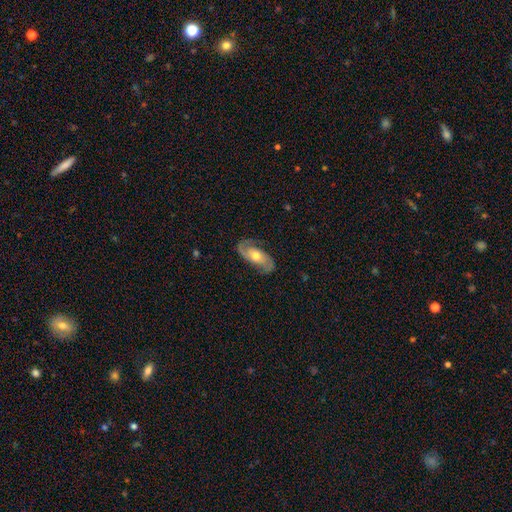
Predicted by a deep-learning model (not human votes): A featured or disk galaxy (81%) with no bar (66%), 2 (90%) medium (48%) spiral arms (94%) and a moderate central bulge (71%).

Vote fractions:
- Smooth or featured? featured or disk: 81% / smooth: 13% / star or artifact: 5%
- Edge-on disk? no: 94% / yes: 6%
- Bar? no: 66% / weak: 26% / strong: 8%
- Spiral arms? yes: 94% / no: 6%
- Spiral winding? medium: 48% / tight: 27% / loose: 25%
- Spiral arm count? 2: 90% / can't tell: 5% / 1: 3% / 3: 1% / 4: 1% / more than 4: 1%
- Bulge size? moderate: 71% / small: 19% / large: 8% / none: 1% / dominant: 1%
- Merging? none: 79% / minor disturbance: 14% / major disturbance: 6% / merger: 1%